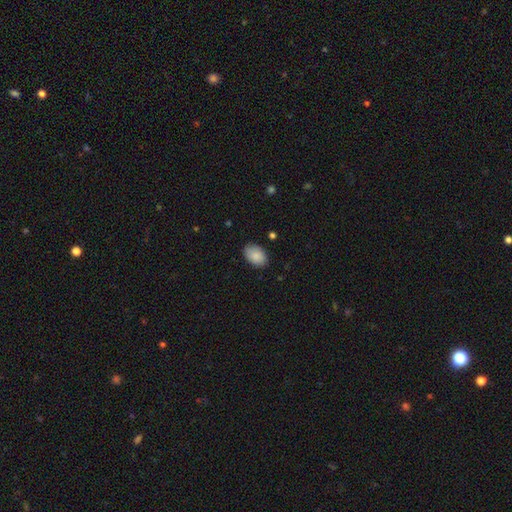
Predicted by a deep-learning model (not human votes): The model was most divided on "merging": none: 85%, minor disturbance: 12%, major disturbance: 2%, merger: 1%. More confident: smooth or featured — smooth (88%); how rounded — in between (87%).